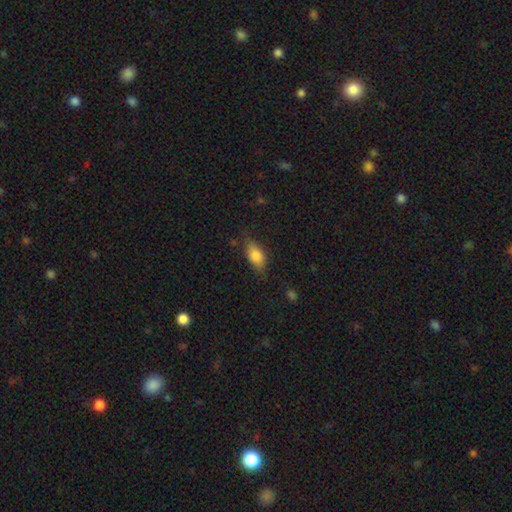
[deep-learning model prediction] smooth_or_featured: smooth (p=0.83) [alt: featured or disk p=0.10]
how_rounded: in between (p=0.89) [alt: cigar-shaped p=0.07]
merging: none (p=0.75) [alt: minor disturbance p=0.19]